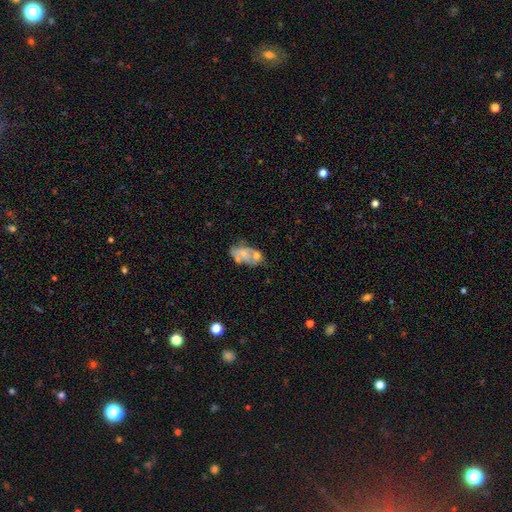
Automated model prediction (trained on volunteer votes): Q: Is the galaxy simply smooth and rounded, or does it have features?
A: featured or disk — 47%.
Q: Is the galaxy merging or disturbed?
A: merger — 37%.